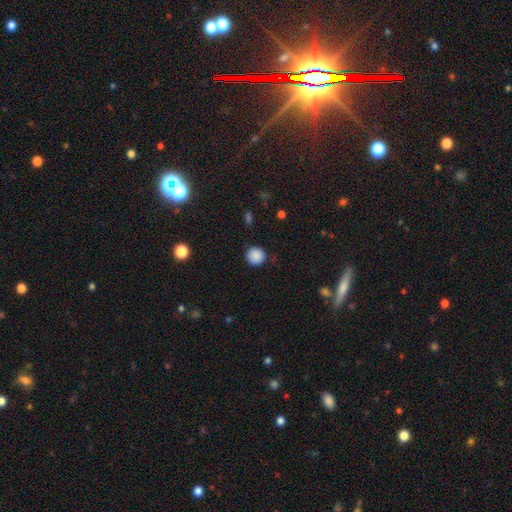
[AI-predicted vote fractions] Smooth or featured: smooth — 88% (star or artifact — 9%)
How rounded: round — 94% (in between — 5%)
Merging: none — 89% (minor disturbance — 8%)